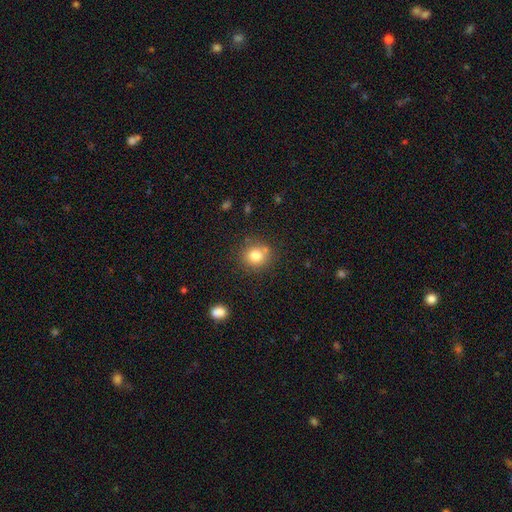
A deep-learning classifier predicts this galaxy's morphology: Smooth or featured? smooth (79%)
How rounded? round (84%)
Merging? none (74%)